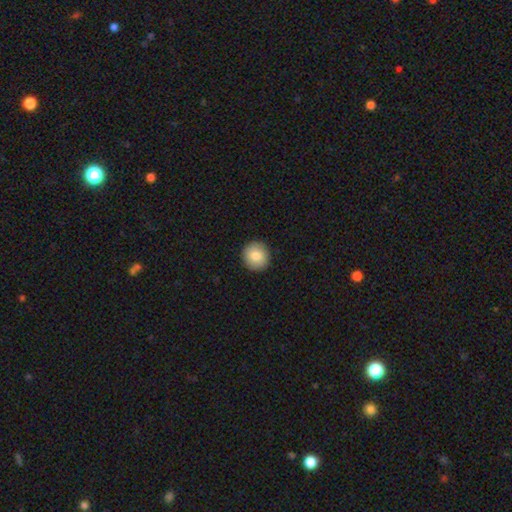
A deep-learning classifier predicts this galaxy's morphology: smooth 83%, featured or disk 9%, star or artifact 8%. Down the decision tree: how rounded — round (92%); merging — none (92%).